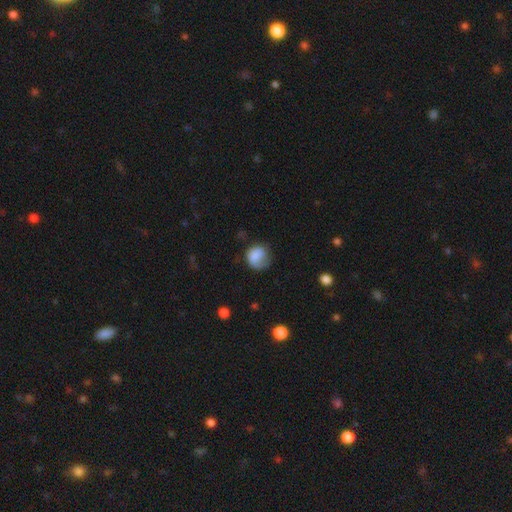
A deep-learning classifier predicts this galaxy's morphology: Smooth or featured: smooth — 74% (featured or disk — 18%)
How rounded: round — 73% (in between — 26%)
Merging: none — 46% (minor disturbance — 28%)